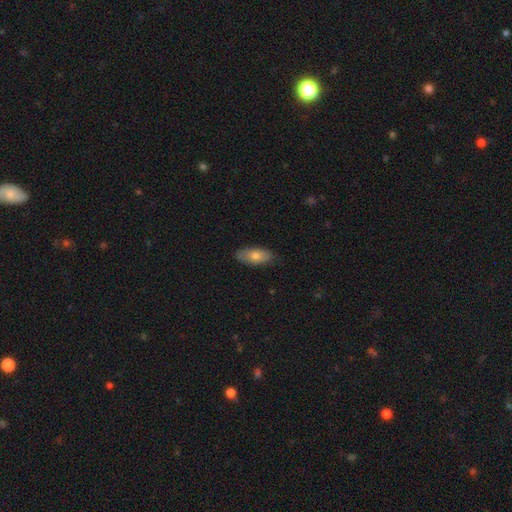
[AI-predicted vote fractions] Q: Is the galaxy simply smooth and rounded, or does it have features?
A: smooth — 74%.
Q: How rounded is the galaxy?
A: in between — 87%.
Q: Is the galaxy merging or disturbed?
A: none — 82%.